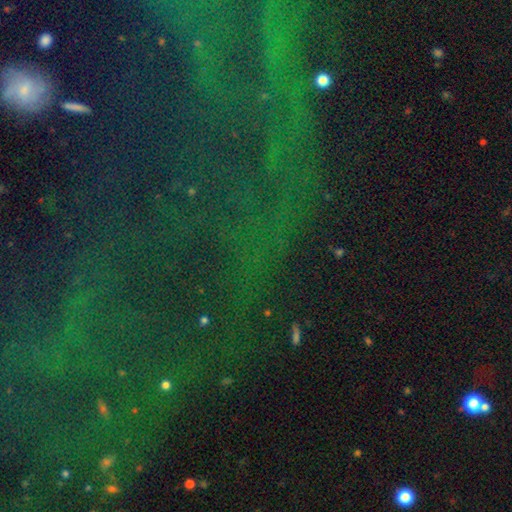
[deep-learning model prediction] Morphology: type=star or artifact (76%).